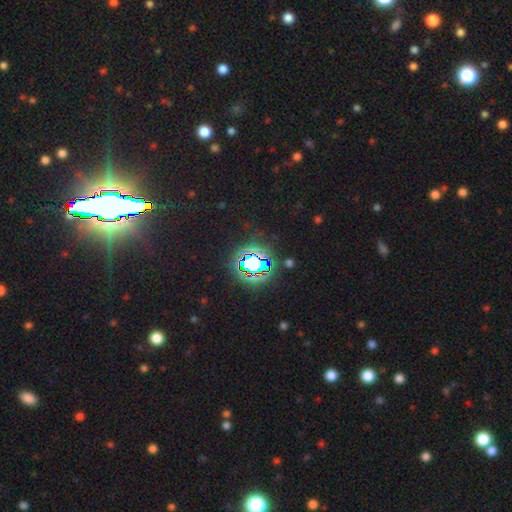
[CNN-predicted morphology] type=star or artifact (85%).